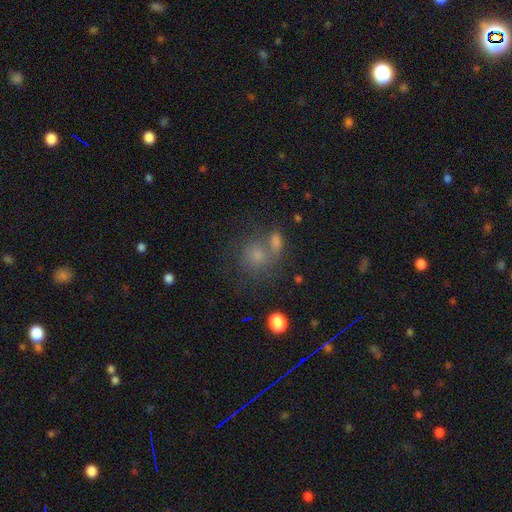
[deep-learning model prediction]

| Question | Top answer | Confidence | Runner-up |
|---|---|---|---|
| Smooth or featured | smooth | 71% | featured or disk (16%) |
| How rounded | round | 76% | in between (23%) |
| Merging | none | 42% | merger (31%) |